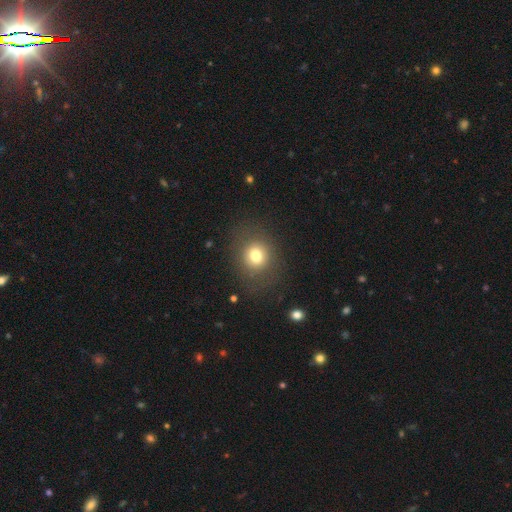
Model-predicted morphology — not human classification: A smooth galaxy with no disk features (75%) that is round (64%).

Vote fractions:
- Smooth or featured? smooth: 75% / featured or disk: 13% / star or artifact: 12%
- How rounded? round: 64% / in between: 35% / cigar-shaped: 1%
- Merging? none: 80% / minor disturbance: 11% / major disturbance: 7% / merger: 2%